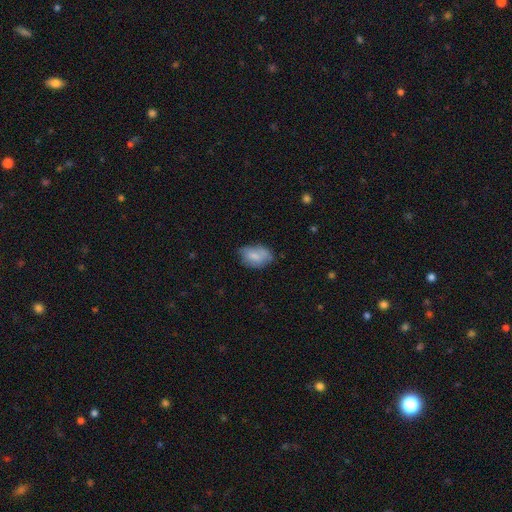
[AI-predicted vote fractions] A smooth galaxy with no disk features (77%) that is in between round and cigar-shaped (89%).

Vote fractions:
- Smooth or featured? smooth: 77% / featured or disk: 16% / star or artifact: 7%
- How rounded? in between: 89% / round: 10% / cigar-shaped: 2%
- Merging? none: 57% / minor disturbance: 33% / major disturbance: 8% / merger: 2%